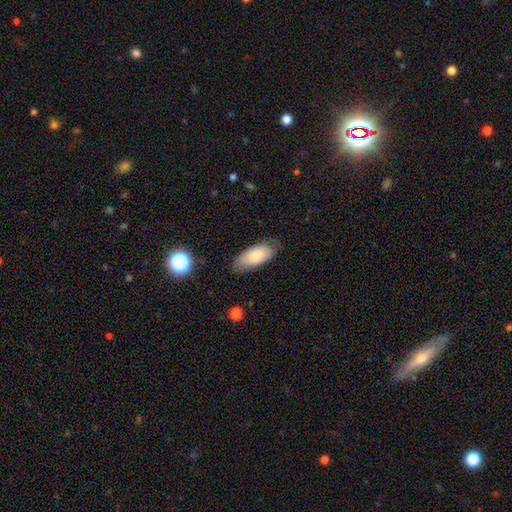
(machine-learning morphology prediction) Smooth or featured? smooth (76%)
How rounded? in between (88%)
Merging? none (75%)